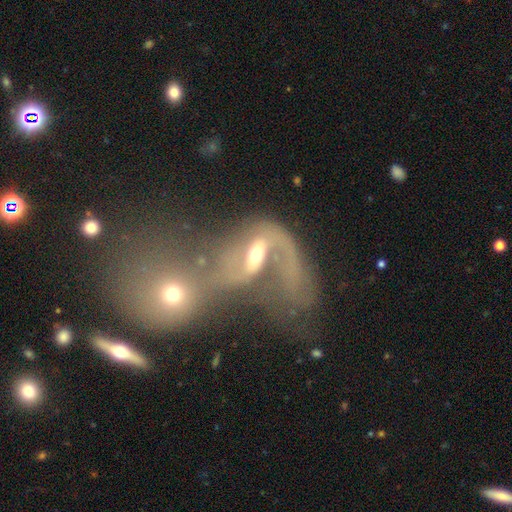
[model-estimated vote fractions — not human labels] A featured or disk galaxy (69%) with a weak bar (38%), spiral arms (76%) and a moderate central bulge (60%). Merging: merger (72%).